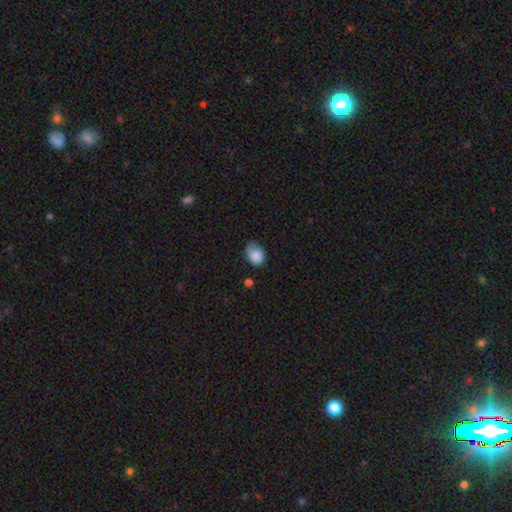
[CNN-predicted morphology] The model was most divided on "merging": none: 48%, minor disturbance: 38%, major disturbance: 11%, merger: 2%. More confident: smooth or featured — smooth (86%); how rounded — in between (66%).